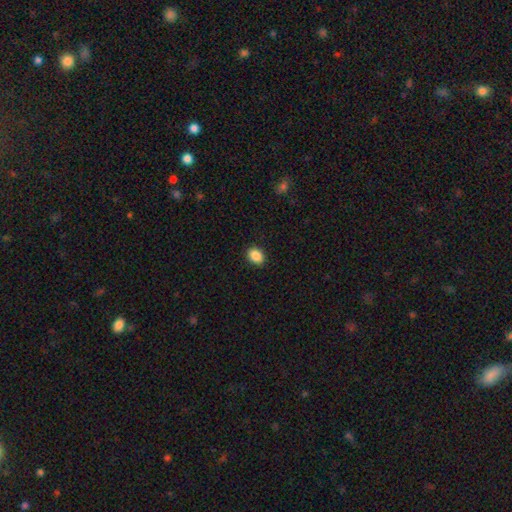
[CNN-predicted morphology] A smooth galaxy with no disk features (88%) that is in between round and cigar-shaped (65%). Merging: none (90%).